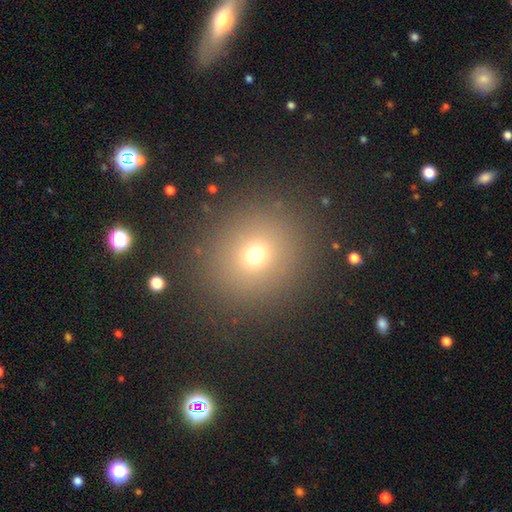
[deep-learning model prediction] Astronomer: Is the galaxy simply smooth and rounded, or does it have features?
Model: smooth — 68%.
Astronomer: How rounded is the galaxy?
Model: round — 87%.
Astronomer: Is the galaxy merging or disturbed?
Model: none — 88%.